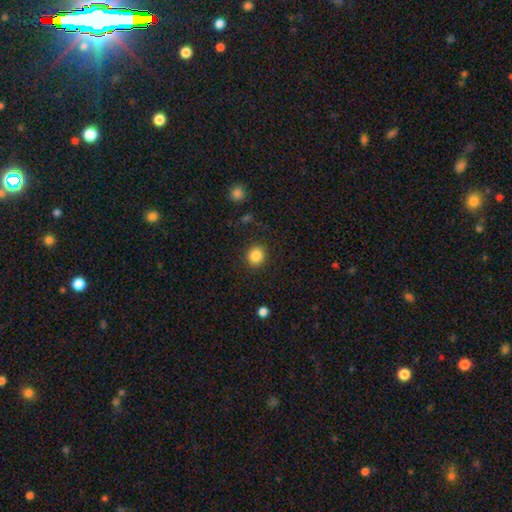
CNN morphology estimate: A smooth galaxy with no disk features (86%) that is round (84%). Merging: none (89%).